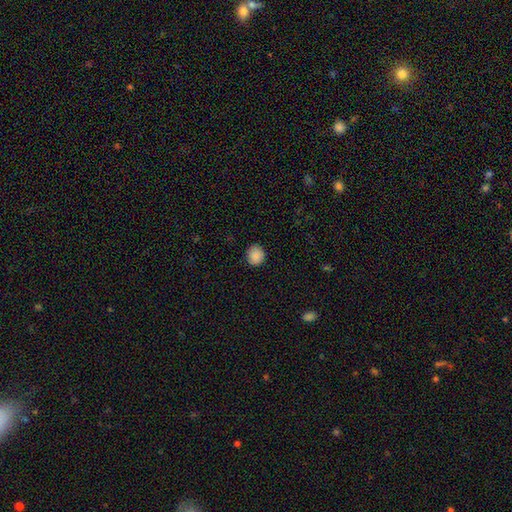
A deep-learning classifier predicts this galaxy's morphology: Overall: smooth (88%). How rounded: round (78%). Merging: none (88%).